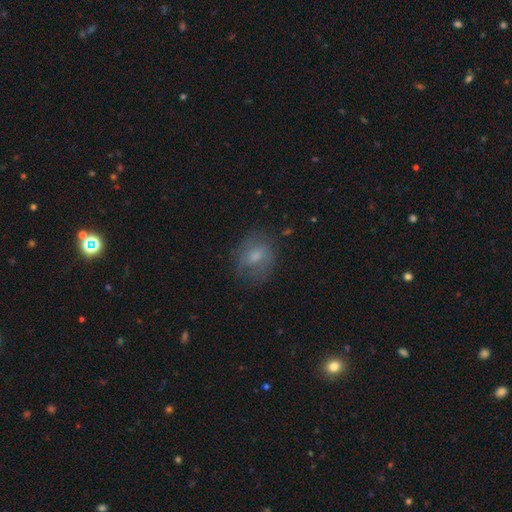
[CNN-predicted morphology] Q: Smooth or featured?
A: smooth (62%); runner-up: featured or disk (28%)
Q: How rounded?
A: in between (50%); runner-up: round (49%)
Q: Merging?
A: none (64%); runner-up: minor disturbance (22%)